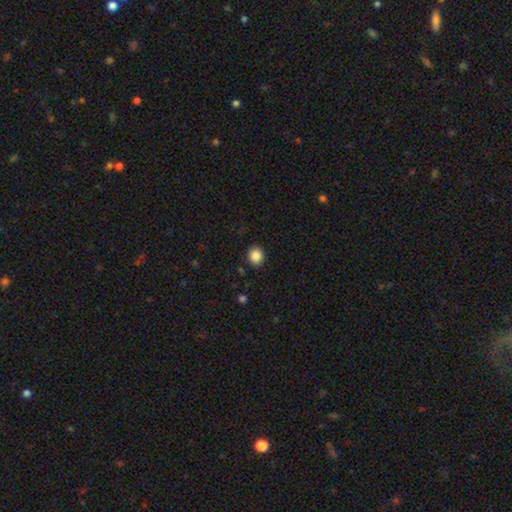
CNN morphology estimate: Q: Smooth or featured?
A: smooth (87%); runner-up: star or artifact (10%)
Q: How rounded?
A: round (76%); runner-up: in between (23%)
Q: Merging?
A: none (90%); runner-up: minor disturbance (6%)